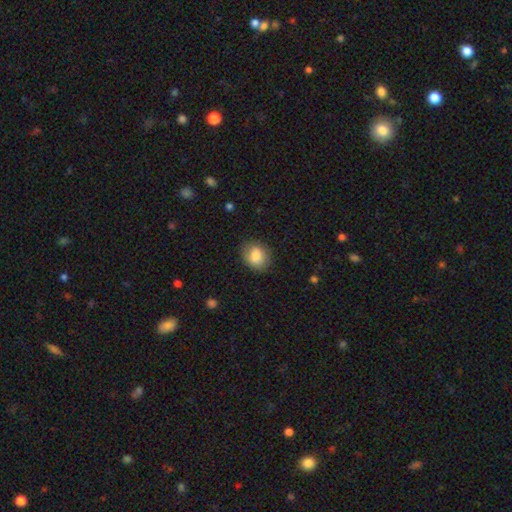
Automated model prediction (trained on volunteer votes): smooth 85%, featured or disk 8%, star or artifact 8%. Down the decision tree: how rounded — in between (50%); merging — none (80%).